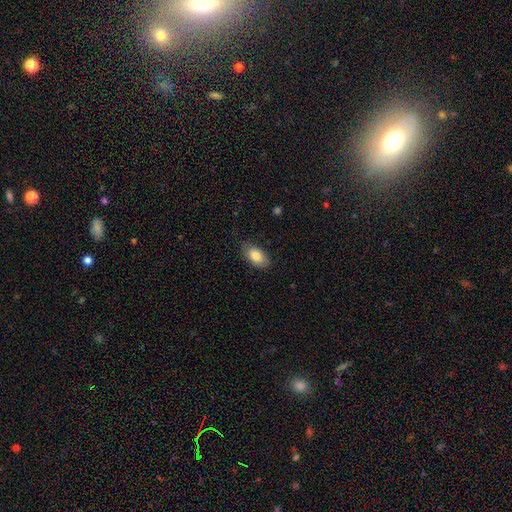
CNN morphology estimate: type=smooth (83%); roundness=in between (93%); merging=none (81%).